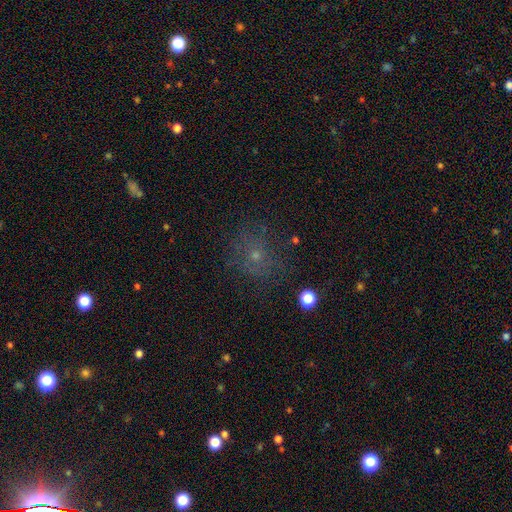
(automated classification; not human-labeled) Q: Smooth or featured?
A: smooth (47%); runner-up: star or artifact (31%)
Q: Merging?
A: none (72%); runner-up: minor disturbance (16%)